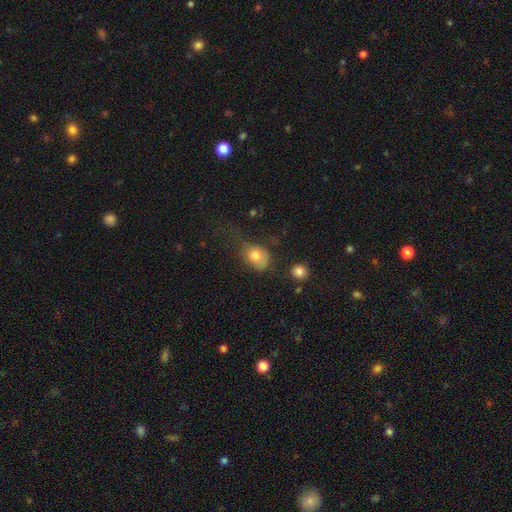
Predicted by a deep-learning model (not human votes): The model was most divided on "merging": none: 37%, minor disturbance: 30%, major disturbance: 28%, merger: 4%. More confident: smooth or featured — smooth (77%); how rounded — in between (55%).